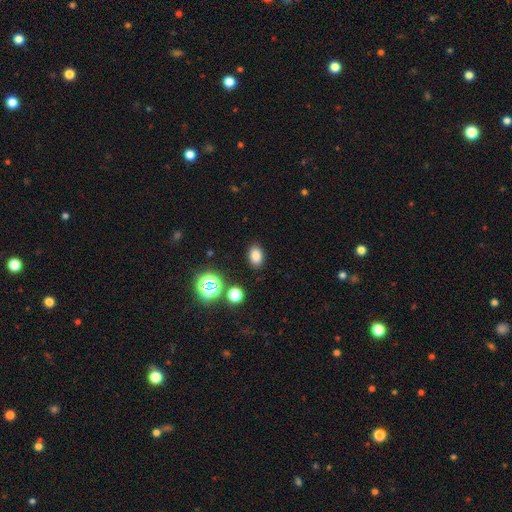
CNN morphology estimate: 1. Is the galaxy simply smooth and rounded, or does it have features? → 78% smooth, 15% star or artifact, 6% featured or disk.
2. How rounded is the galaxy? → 82% in between, 17% round, 1% cigar-shaped.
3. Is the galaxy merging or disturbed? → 86% none, 9% minor disturbance, 3% major disturbance, 2% merger.